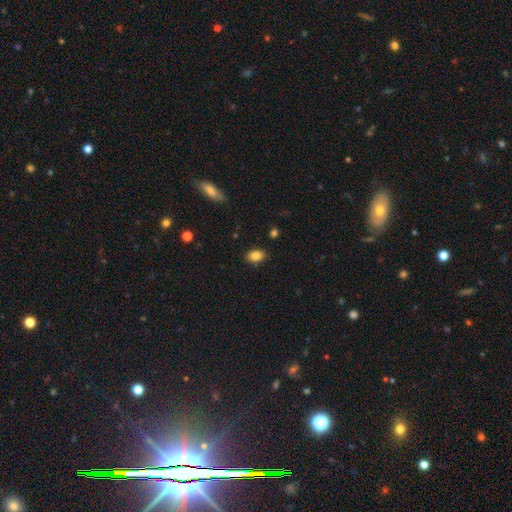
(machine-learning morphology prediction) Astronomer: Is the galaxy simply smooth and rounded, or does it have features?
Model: smooth — 85%.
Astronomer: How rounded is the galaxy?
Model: in between — 85%.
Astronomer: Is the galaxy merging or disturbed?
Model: none — 86%.